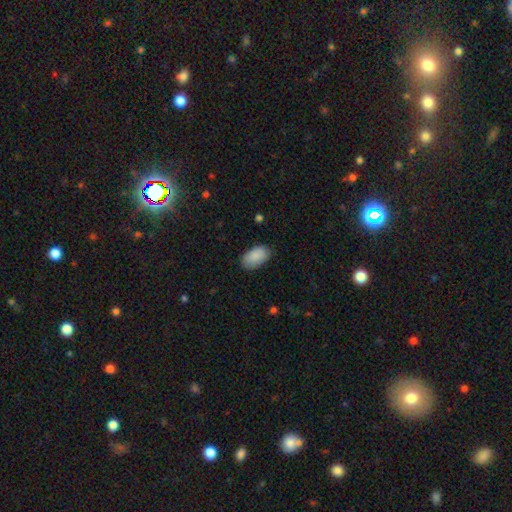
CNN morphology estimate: Smooth or featured?
  - smooth: 89% *
  - star or artifact: 6%
  - featured or disk: 4%
How rounded?
  - in between: 95% *
  - round: 4%
  - cigar-shaped: 2%
Merging?
  - none: 82% *
  - minor disturbance: 14%
  - major disturbance: 3%
  - merger: 1%